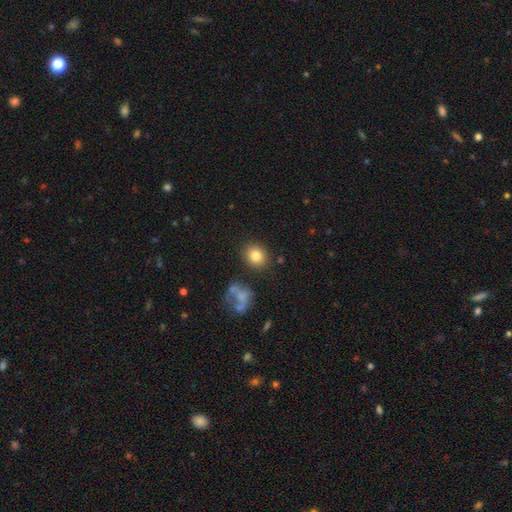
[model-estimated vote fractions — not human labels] Smooth or featured?
  - smooth: 81% *
  - star or artifact: 10%
  - featured or disk: 9%
How rounded?
  - round: 69% *
  - in between: 30%
  - cigar-shaped: 1%
Merging?
  - none: 84% *
  - minor disturbance: 9%
  - merger: 4%
  - major disturbance: 3%